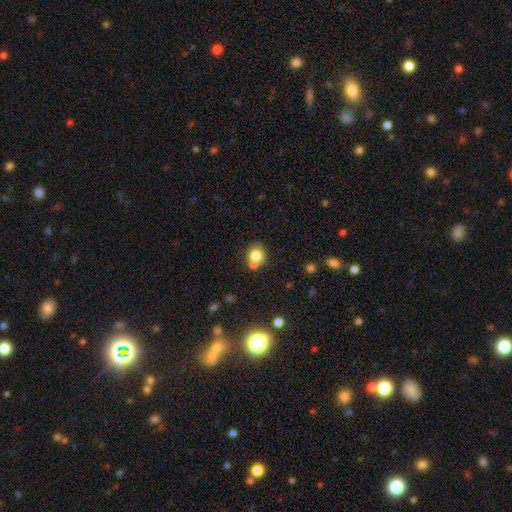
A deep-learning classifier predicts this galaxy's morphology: type=smooth (78%); roundness=round (83%); merging=none (56%).